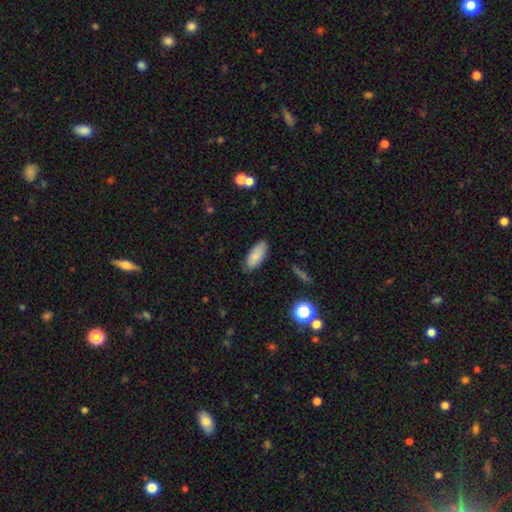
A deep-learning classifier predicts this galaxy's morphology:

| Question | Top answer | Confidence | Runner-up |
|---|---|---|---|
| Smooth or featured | smooth | 84% | featured or disk (9%) |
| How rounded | in between | 88% | cigar-shaped (10%) |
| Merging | none | 80% | minor disturbance (16%) |